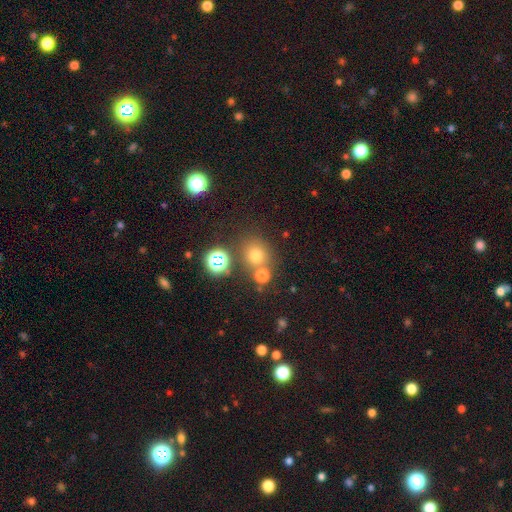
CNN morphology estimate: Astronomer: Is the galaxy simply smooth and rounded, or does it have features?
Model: smooth — 68%.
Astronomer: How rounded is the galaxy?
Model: round — 83%.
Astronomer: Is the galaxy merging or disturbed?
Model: none — 71%.